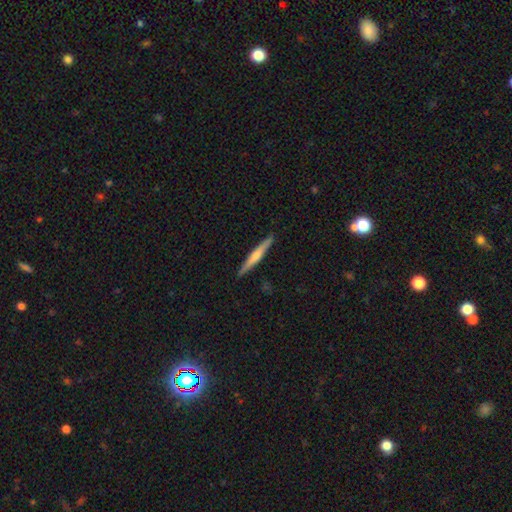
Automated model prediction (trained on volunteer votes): This appears to be a featured or disk galaxy (54%) viewed edge-on (97%) with a rounded central bulge (69%). Merging: none (91%).